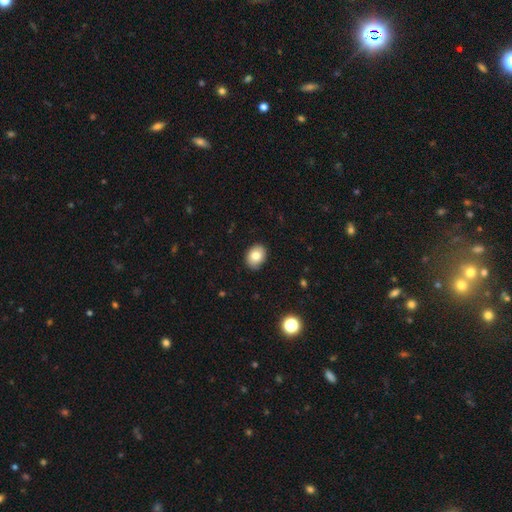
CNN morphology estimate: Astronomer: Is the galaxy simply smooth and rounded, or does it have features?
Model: smooth — 81%.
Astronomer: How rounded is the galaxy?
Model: in between — 65%.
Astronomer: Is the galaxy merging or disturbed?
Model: none — 88%.